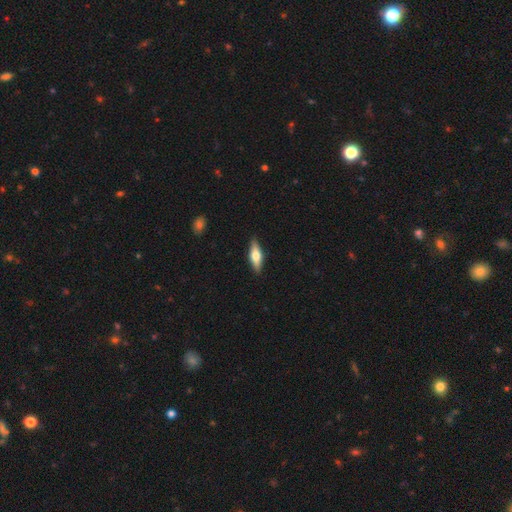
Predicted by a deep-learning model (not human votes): A smooth galaxy with no disk features (51%) that is in between round and cigar-shaped (49%).

Vote fractions:
- Smooth or featured? smooth: 51% / featured or disk: 44% / star or artifact: 6%
- How rounded? in between: 49% / cigar-shaped: 48% / round: 3%
- Merging? none: 89% / minor disturbance: 8% / major disturbance: 2% / merger: 1%